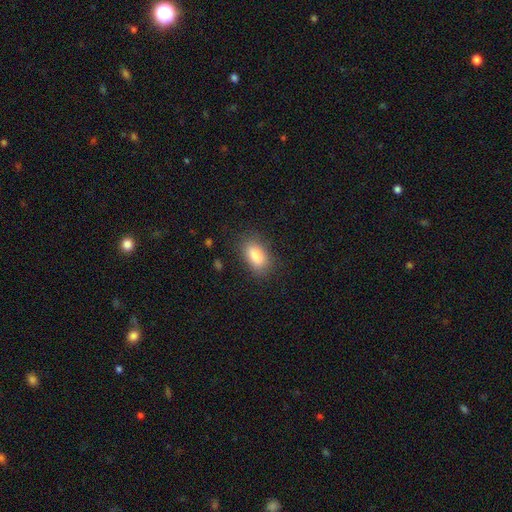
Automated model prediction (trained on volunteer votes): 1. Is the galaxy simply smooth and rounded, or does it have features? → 85% smooth, 8% star or artifact, 7% featured or disk.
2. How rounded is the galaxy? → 91% in between, 6% round, 3% cigar-shaped.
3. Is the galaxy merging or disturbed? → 82% none, 12% minor disturbance, 4% major disturbance, 1% merger.